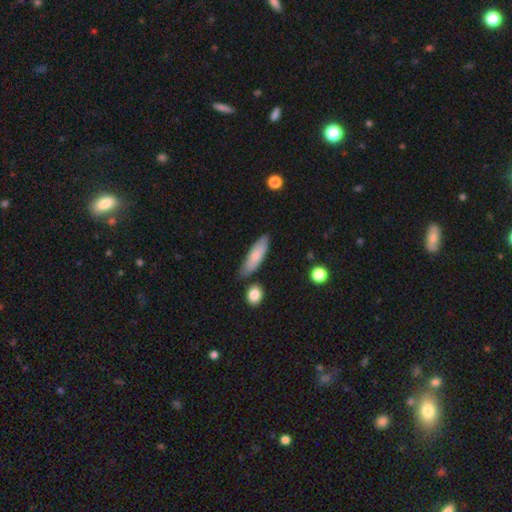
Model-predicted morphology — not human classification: Smooth or featured? Predicted: smooth (p=0.78). How rounded? Predicted: cigar-shaped (p=0.54). Merging? Predicted: none (p=0.75).